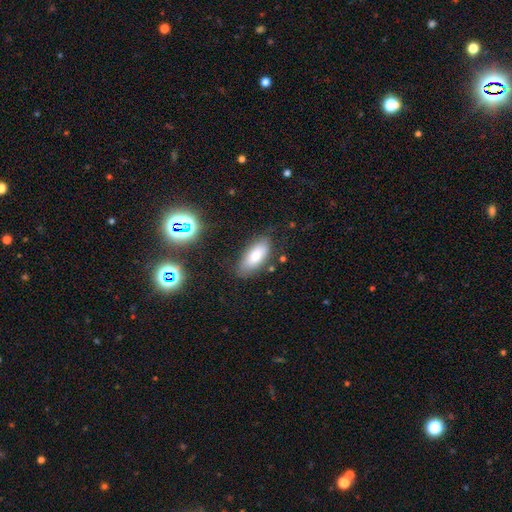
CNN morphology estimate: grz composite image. It shows a smooth galaxy with no disk features (78%) that is in between round and cigar-shaped (86%). Merging: none (77%).